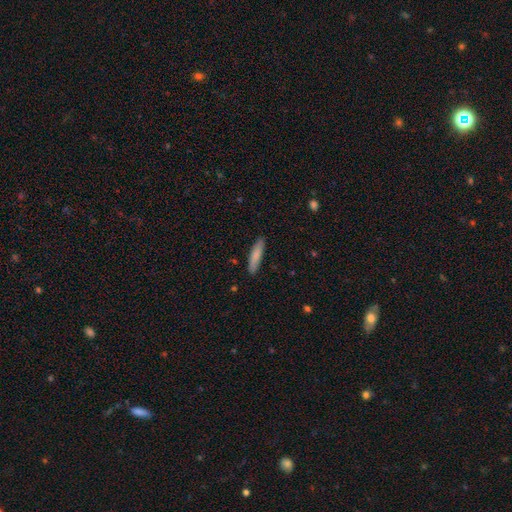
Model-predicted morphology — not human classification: type=smooth (82%); roundness=cigar-shaped (82%); merging=none (88%).